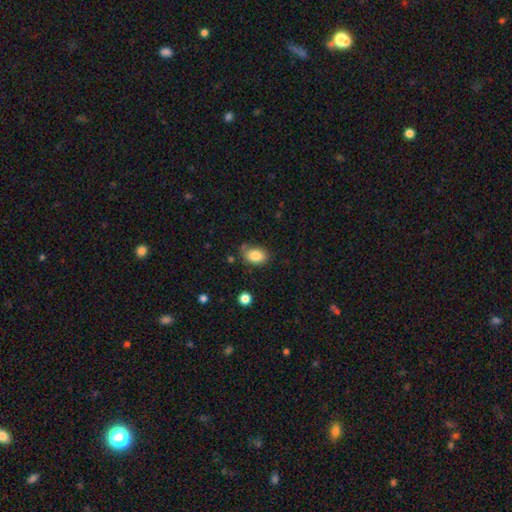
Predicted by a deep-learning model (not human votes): smooth-or-featured: smooth: 85% | star or artifact: 8% | featured or disk: 7%
  how-rounded: in between: 83% | round: 16% | cigar-shaped: 1%
  merging: none: 73% | minor disturbance: 19% | merger: 4% | major disturbance: 4%